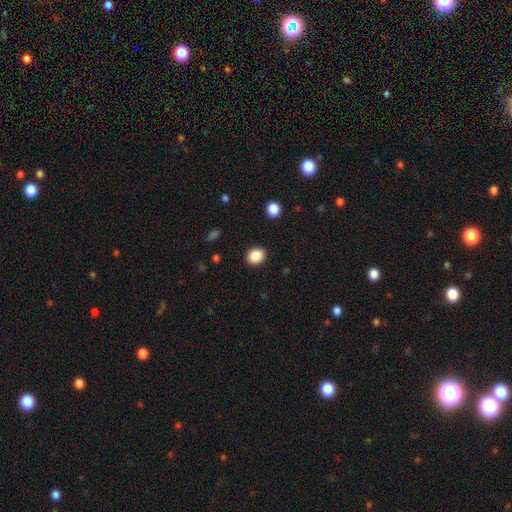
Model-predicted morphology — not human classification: The model was most divided on "how rounded": round: 66%, in between: 33%, cigar-shaped: 1%. More confident: merging — none (90%); smooth or featured — smooth (87%).